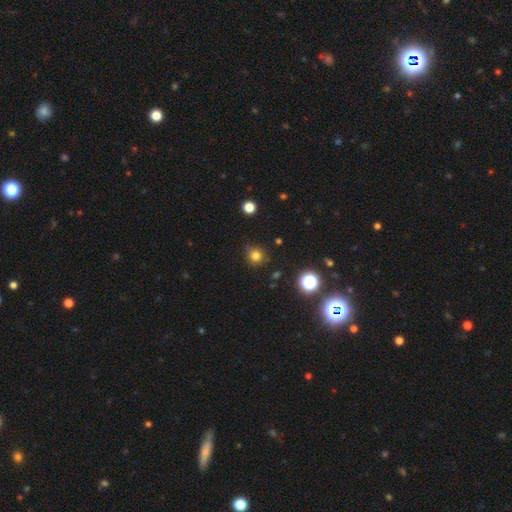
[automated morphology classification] smooth_or_featured: smooth (p=0.79) [alt: star or artifact p=0.16]
how_rounded: round (p=0.91) [alt: in between p=0.08]
merging: none (p=0.83) [alt: minor disturbance p=0.12]